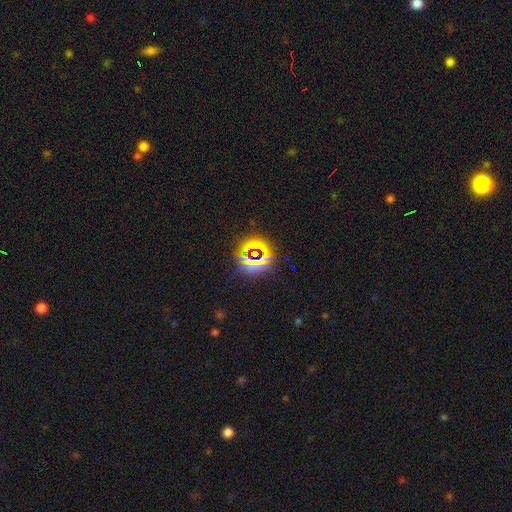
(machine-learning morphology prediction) This appears to be a star or artifact, not a galaxy (73%).